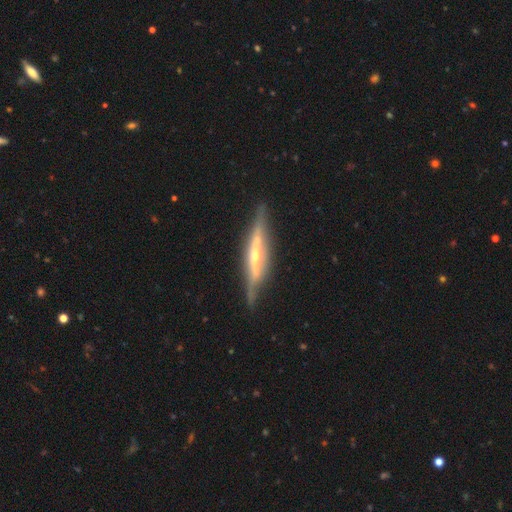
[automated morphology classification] smooth_or_featured: featured or disk (p=0.79) [alt: smooth p=0.16]
disk_edge_on: yes (p=0.93) [alt: no p=0.07]
edge_on_bulge: rounded (p=0.69) [alt: none p=0.18]
merging: none (p=0.79) [alt: minor disturbance p=0.16]